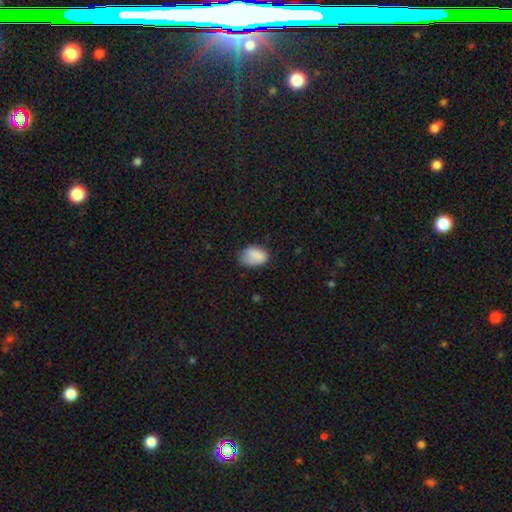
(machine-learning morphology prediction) Overall: smooth (85%). How rounded: in between (83%). Merging: none (60%; minor disturbance 30%).